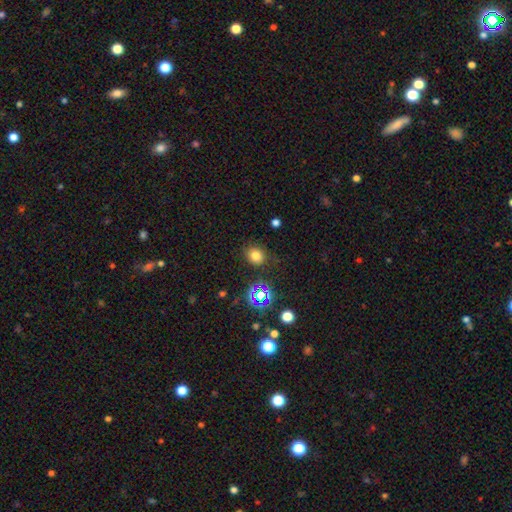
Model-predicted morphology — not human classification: This is likely a smooth galaxy (73%). How rounded: likely round (68%). Merging: clearly none (81%).